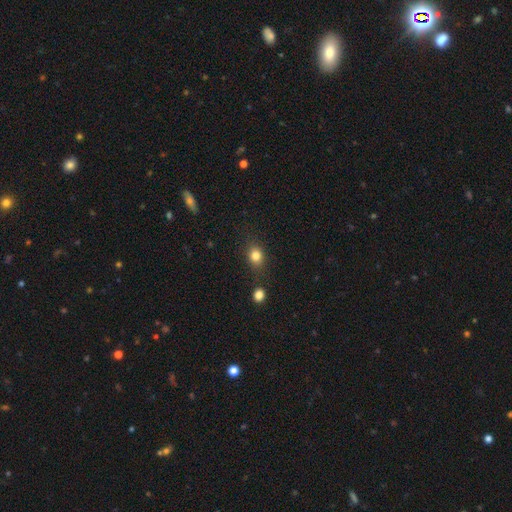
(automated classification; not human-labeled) Smooth or featured? Predicted: smooth (p=0.81). How rounded? Predicted: round (p=0.60). Merging? Predicted: none (p=0.78).